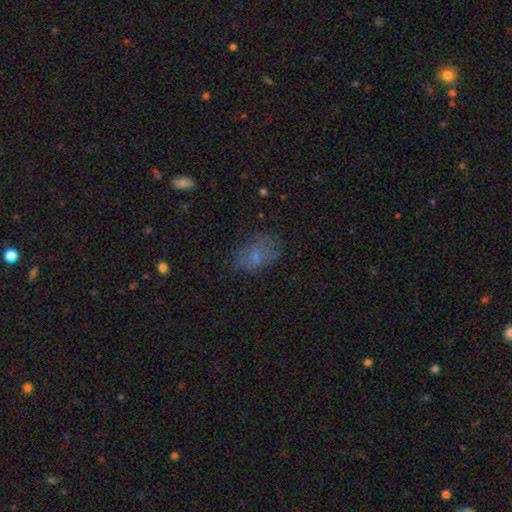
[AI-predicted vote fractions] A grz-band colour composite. It shows a smooth galaxy with no disk features (63%) that is in between round and cigar-shaped (83%). Merging: none (59%).